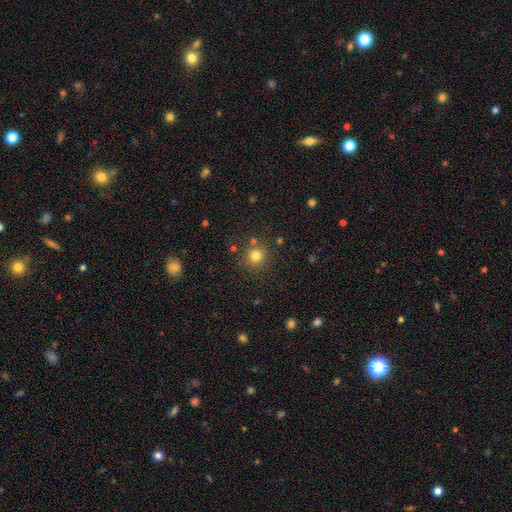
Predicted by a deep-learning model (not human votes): The model was most divided on "smooth or featured": smooth: 80%, star or artifact: 14%, featured or disk: 6%. More confident: how rounded — round (92%); merging — none (82%).